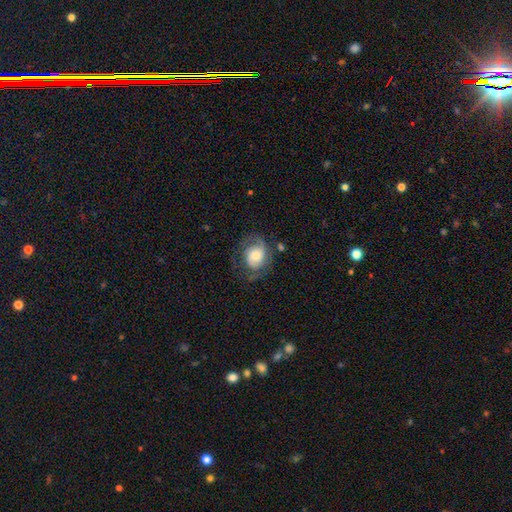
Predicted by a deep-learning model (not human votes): This is possibly a featured or disk galaxy (52%). It is clearly not viewed edge-on (97%). Bar: likely no (74%). Spiral arm pattern: clearly yes (82%). Central bulge: marginally moderate (42%). Merging: possibly none (55%).